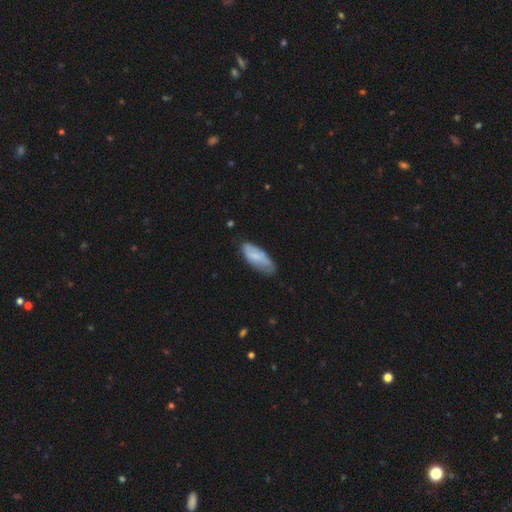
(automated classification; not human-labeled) Smooth or featured?
  - smooth: 70% *
  - featured or disk: 24%
  - star or artifact: 6%
How rounded?
  - in between: 77% *
  - cigar-shaped: 21%
  - round: 2%
Merging?
  - none: 58% *
  - minor disturbance: 32%
  - major disturbance: 7%
  - merger: 2%